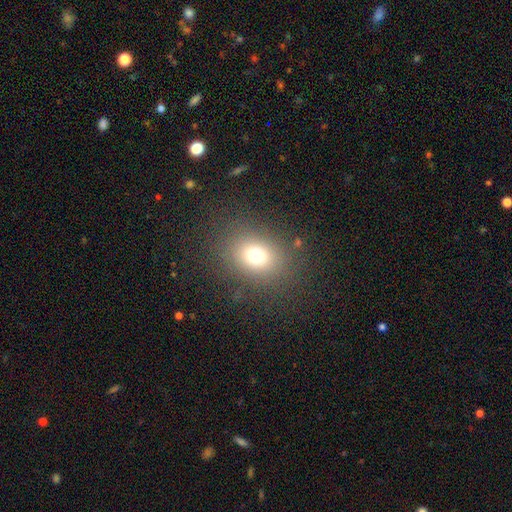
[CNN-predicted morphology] smooth 72%, star or artifact 18%, featured or disk 11%. Down the decision tree: how rounded — round (52%); merging — none (83%).